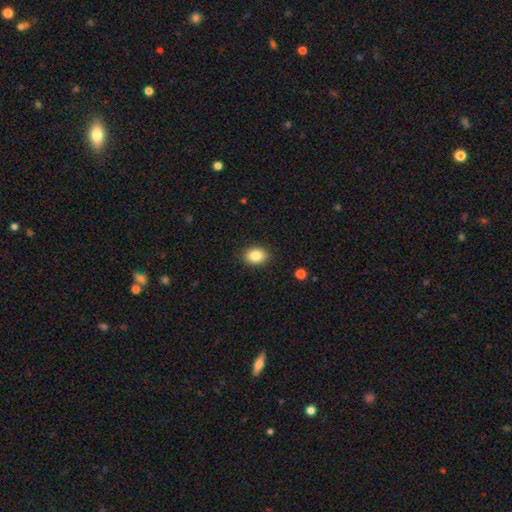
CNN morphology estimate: This is clearly a smooth galaxy (85%). How rounded: likely in between (63%). Merging: clearly none (89%).